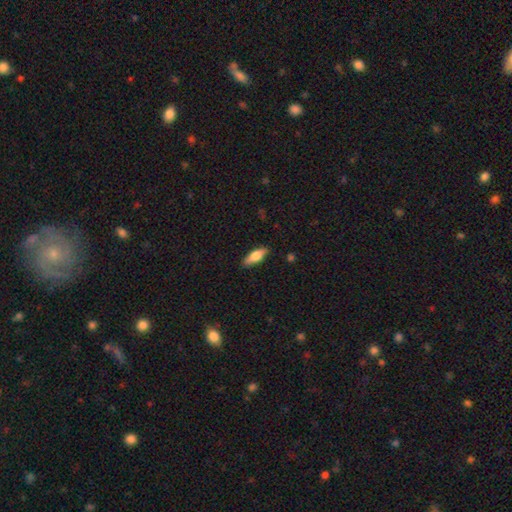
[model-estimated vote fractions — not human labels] Morphology: type=smooth (67%); roundness=in between (61%); merging=none (86%).